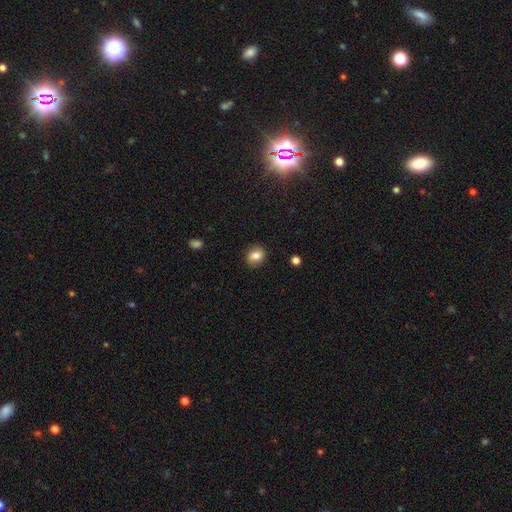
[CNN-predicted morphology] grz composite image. It shows a smooth galaxy with no disk features (79%) that is round (71%). Merging: none (85%).